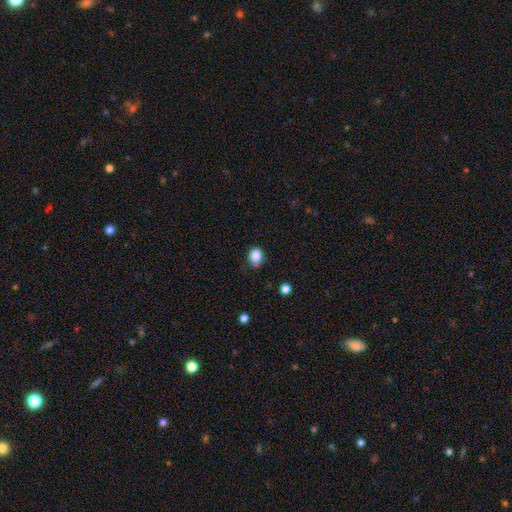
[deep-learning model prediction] A smooth galaxy with no disk features (87%) that is round (58%).

Vote fractions:
- Smooth or featured? smooth: 87% / star or artifact: 10% / featured or disk: 4%
- How rounded? round: 58% / in between: 42% / cigar-shaped: 1%
- Merging? none: 65% / minor disturbance: 28% / major disturbance: 5% / merger: 2%